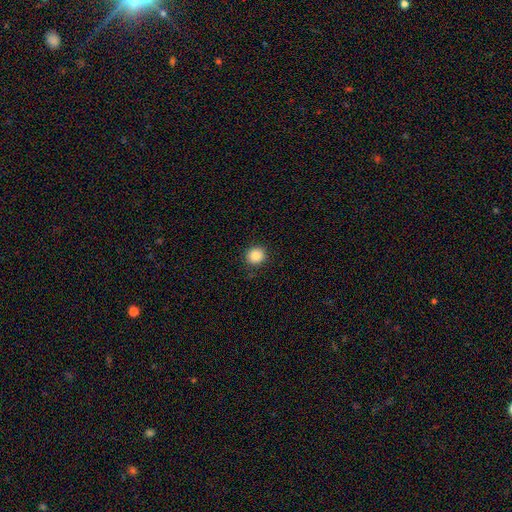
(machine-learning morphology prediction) smooth_or_featured: smooth (p=0.86) [alt: star or artifact p=0.10]
how_rounded: round (p=0.89) [alt: in between p=0.10]
merging: none (p=0.90) [alt: minor disturbance p=0.07]